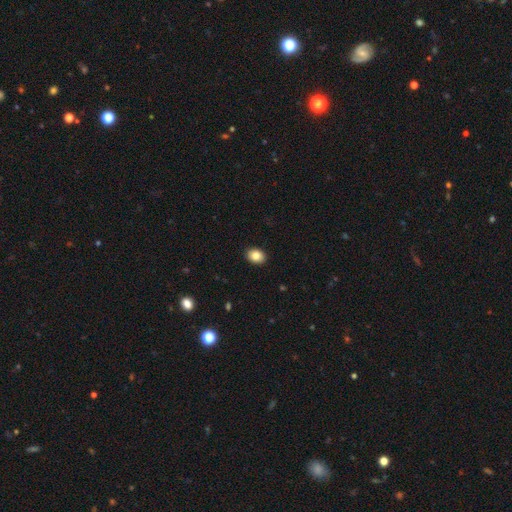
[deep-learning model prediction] Q: Smooth or featured?
A: smooth (85%); runner-up: star or artifact (8%)
Q: How rounded?
A: in between (68%); runner-up: round (32%)
Q: Merging?
A: none (91%); runner-up: minor disturbance (7%)